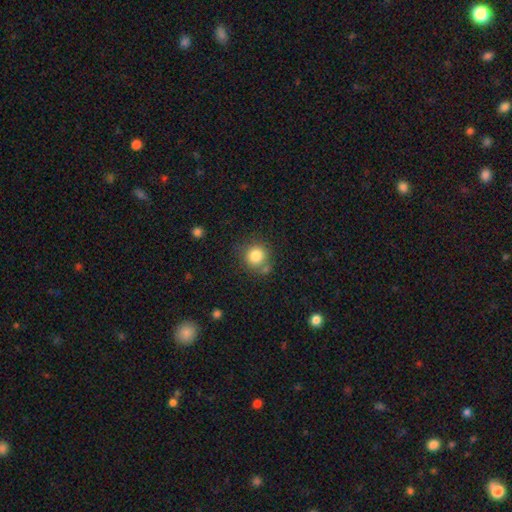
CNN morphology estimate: Smooth or featured? smooth (82%)
How rounded? round (90%)
Merging? none (69%)